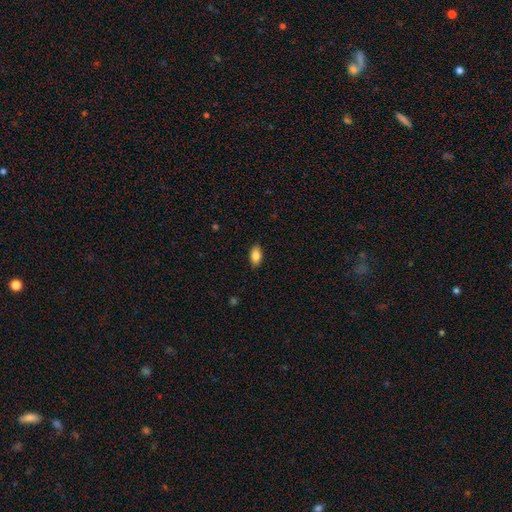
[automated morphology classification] smooth-or-featured: smooth: 85% | featured or disk: 8% | star or artifact: 7%
  how-rounded: in between: 91% | round: 5% | cigar-shaped: 4%
  merging: none: 88% | minor disturbance: 9% | major disturbance: 2% | merger: 1%